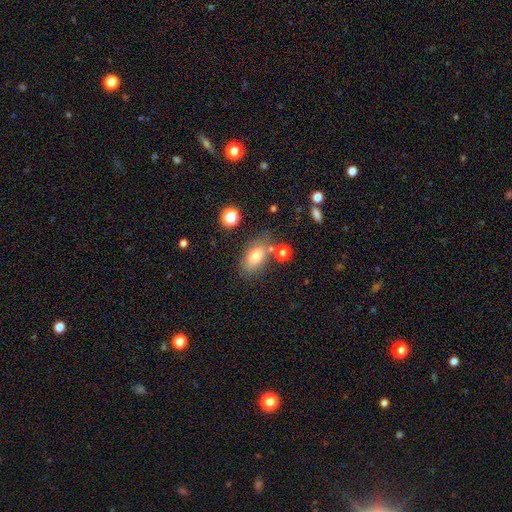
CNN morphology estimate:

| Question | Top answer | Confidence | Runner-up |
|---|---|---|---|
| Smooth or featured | smooth | 76% | featured or disk (14%) |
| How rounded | in between | 86% | round (11%) |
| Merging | none | 67% | minor disturbance (17%) |